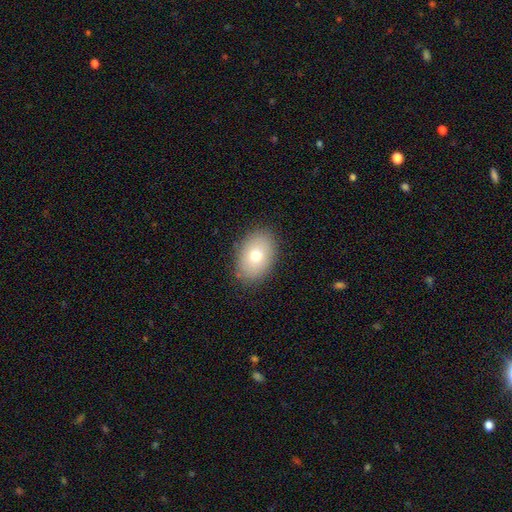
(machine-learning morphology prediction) Q: Smooth or featured?
A: smooth (73%); runner-up: featured or disk (17%)
Q: How rounded?
A: in between (83%); runner-up: round (16%)
Q: Merging?
A: none (86%); runner-up: minor disturbance (10%)